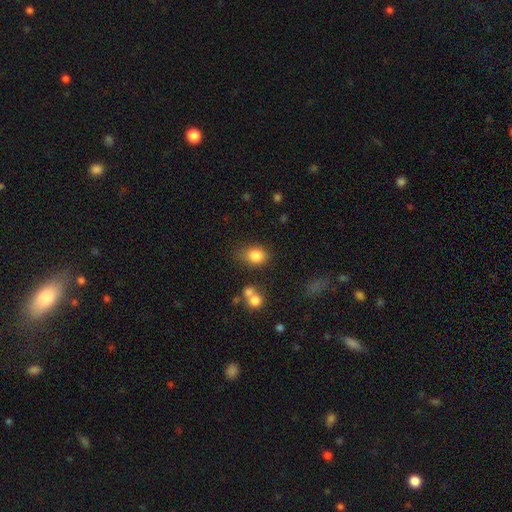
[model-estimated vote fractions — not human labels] Morphology: type=smooth (83%); roundness=in between (61%); merging=none (67%).